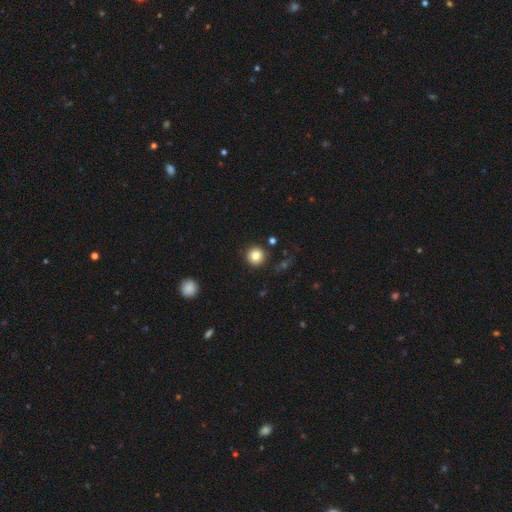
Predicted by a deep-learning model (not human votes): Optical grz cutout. It shows a smooth galaxy with no disk features (83%) that is round (95%). Merging: none (90%).